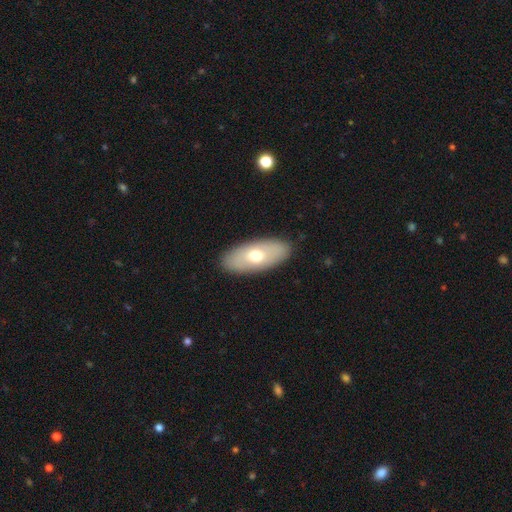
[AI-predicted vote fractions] The model was most divided on "smooth or featured": smooth: 63%, featured or disk: 31%, star or artifact: 6%. More confident: merging — none (88%); how rounded — in between (87%).